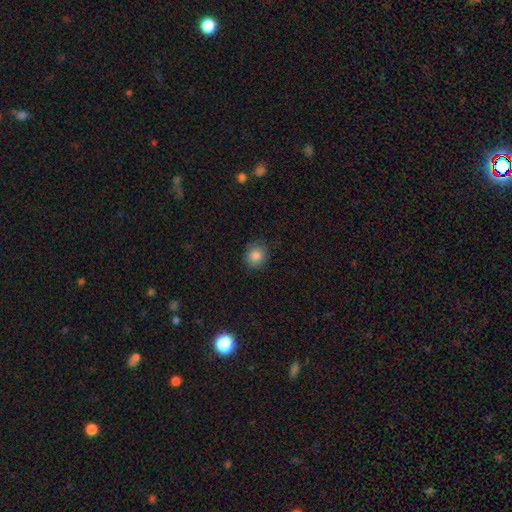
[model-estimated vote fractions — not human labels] Smooth or featured?
  - smooth: 85% *
  - star or artifact: 10%
  - featured or disk: 5%
How rounded?
  - round: 80% *
  - in between: 19%
  - cigar-shaped: 1%
Merging?
  - none: 83% *
  - minor disturbance: 13%
  - major disturbance: 3%
  - merger: 1%